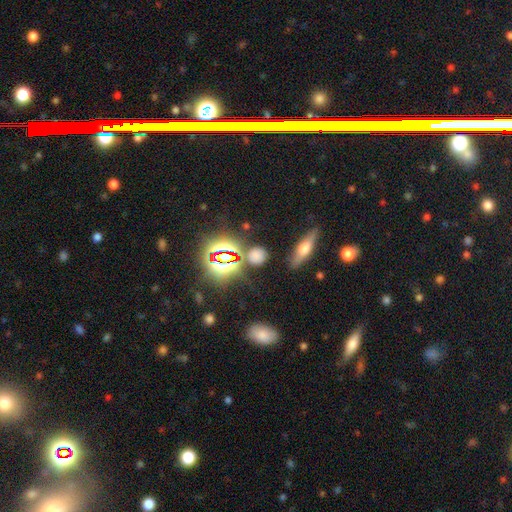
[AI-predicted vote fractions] Smooth or featured? smooth (55%)
How rounded? round (79%)
Merging? none (79%)